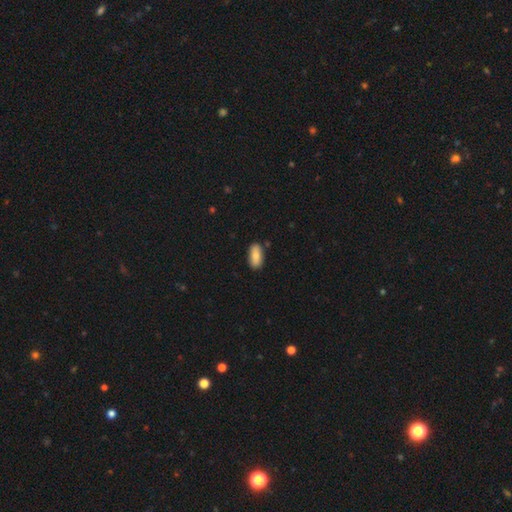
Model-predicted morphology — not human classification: Smooth or featured: smooth — 80% (featured or disk — 13%)
How rounded: in between — 89% (cigar-shaped — 8%)
Merging: none — 84% (minor disturbance — 12%)